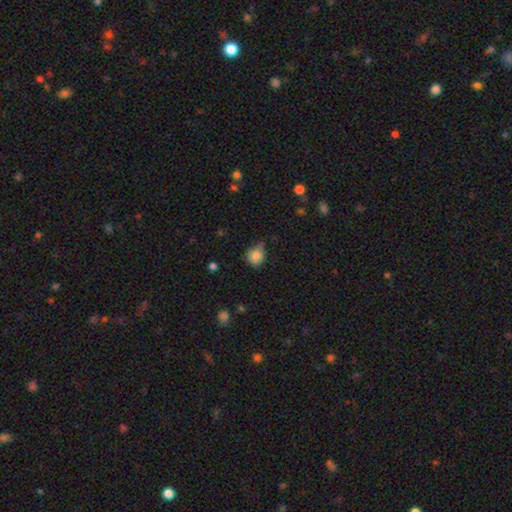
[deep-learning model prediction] This appears to be a smooth galaxy with no disk features (83%) that is round (84%). Merging: none (60%).